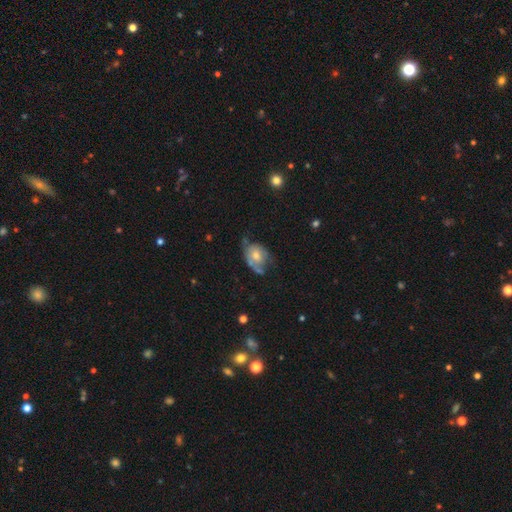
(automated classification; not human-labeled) A featured or disk galaxy (54%) with no bar (80%), spiral arms (59%) and a moderate central bulge (61%).

Vote fractions:
- Smooth or featured? featured or disk: 54% / smooth: 36% / star or artifact: 10%
- Edge-on disk? no: 95% / yes: 5%
- Bar? no: 80% / weak: 16% / strong: 3%
- Spiral arms? yes: 59% / no: 41%
- Bulge size? moderate: 61% / small: 30% / large: 5% / none: 2% / dominant: 1%
- Merging? none: 39% / minor disturbance: 31% / major disturbance: 24% / merger: 6%